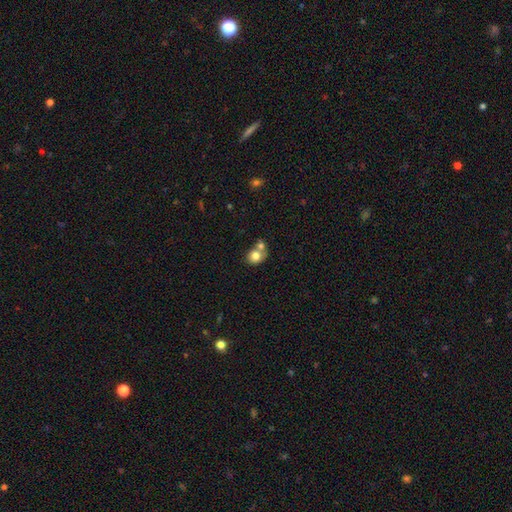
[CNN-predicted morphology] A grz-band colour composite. It shows a smooth galaxy with no disk features (77%) that is round (65%). Merging: merger (51%).